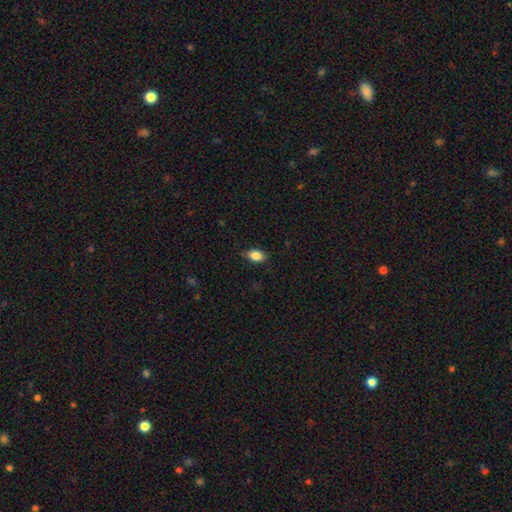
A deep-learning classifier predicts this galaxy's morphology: This is clearly a smooth galaxy (86%). How rounded: clearly in between (88%). Merging: clearly none (83%).